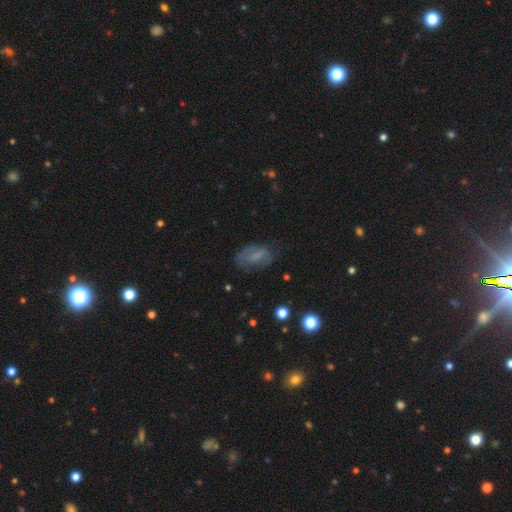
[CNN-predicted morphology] This appears to be a smooth galaxy with no disk features (55%) that is in between round and cigar-shaped (88%). Merging: none (63%).